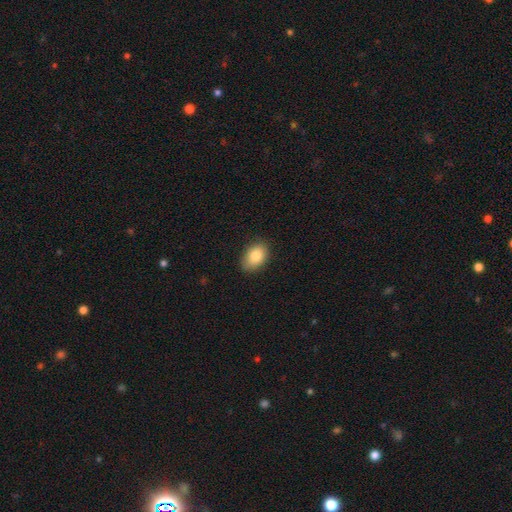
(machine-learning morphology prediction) Q: Smooth or featured?
A: smooth (85%); runner-up: featured or disk (8%)
Q: How rounded?
A: in between (86%); runner-up: round (13%)
Q: Merging?
A: none (84%); runner-up: minor disturbance (13%)